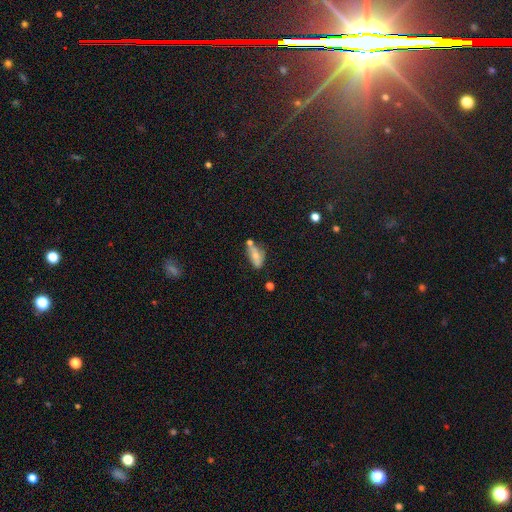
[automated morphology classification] A smooth galaxy with no disk features (61%) that is in between round and cigar-shaped (80%).

Vote fractions:
- Smooth or featured? smooth: 61% / featured or disk: 30% / star or artifact: 9%
- How rounded? in between: 80% / cigar-shaped: 15% / round: 4%
- Merging? none: 47% / minor disturbance: 24% / merger: 21% / major disturbance: 9%